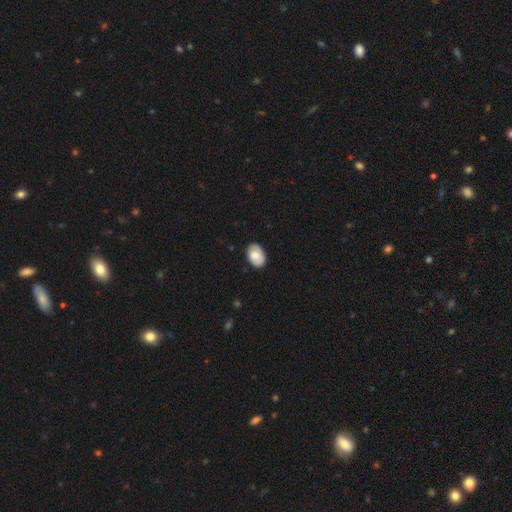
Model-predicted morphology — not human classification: Q: Smooth or featured?
A: smooth (74%); runner-up: featured or disk (20%)
Q: How rounded?
A: in between (87%); runner-up: round (12%)
Q: Merging?
A: none (86%); runner-up: minor disturbance (11%)